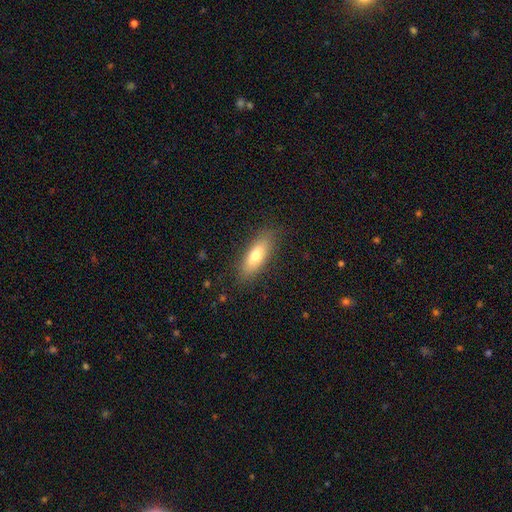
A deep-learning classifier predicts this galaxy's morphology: Smooth or featured? smooth (74%)
How rounded? in between (62%)
Merging? none (83%)